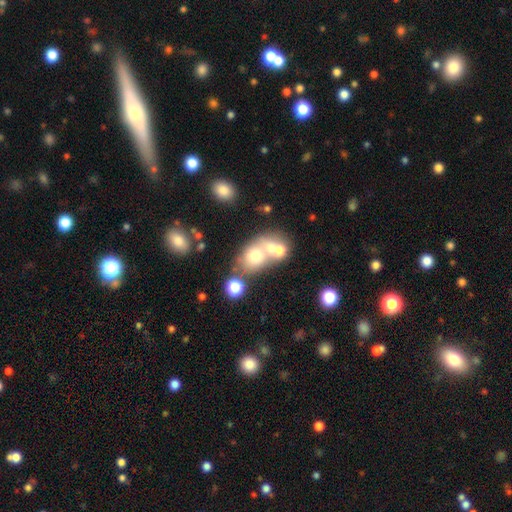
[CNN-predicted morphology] Smooth or featured? smooth (59%)
How rounded? in between (55%)
Merging? merger (55%)